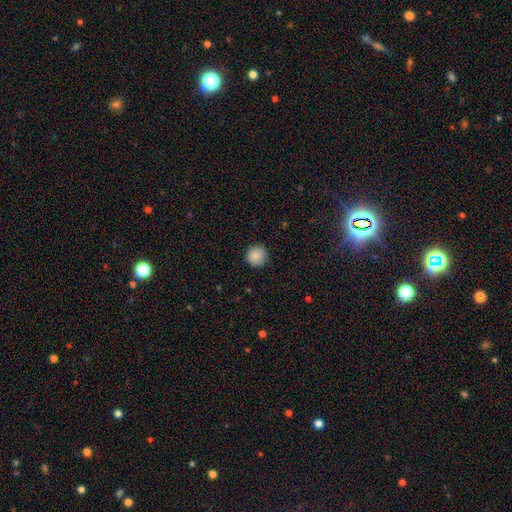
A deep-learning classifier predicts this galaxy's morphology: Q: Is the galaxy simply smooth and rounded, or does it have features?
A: smooth — 87%.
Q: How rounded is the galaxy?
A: round — 93%.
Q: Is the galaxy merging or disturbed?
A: none — 84%.